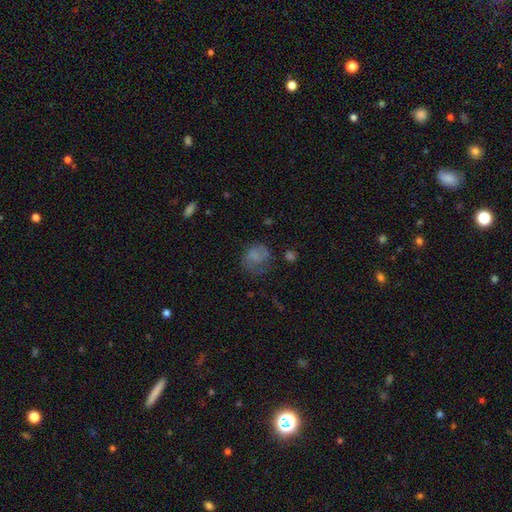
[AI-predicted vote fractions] Smooth or featured?
  - smooth: 67% *
  - featured or disk: 19%
  - star or artifact: 14%
How rounded?
  - round: 62% *
  - in between: 37%
  - cigar-shaped: 1%
Merging?
  - none: 44% *
  - minor disturbance: 27%
  - major disturbance: 26%
  - merger: 3%